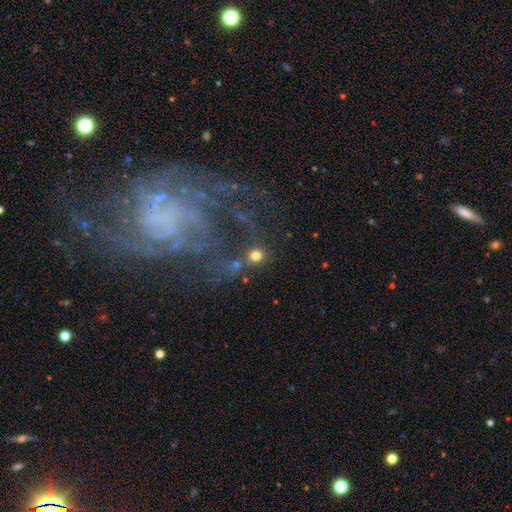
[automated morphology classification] type=smooth (73%); roundness=round (89%); merging=none (70%).